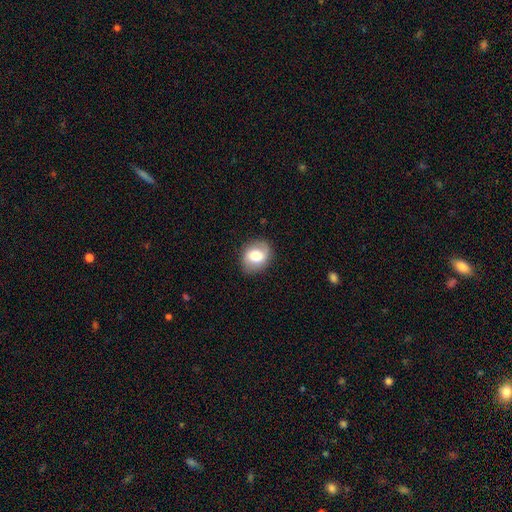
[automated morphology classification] smooth-or-featured: smooth: 60% | featured or disk: 32% | star or artifact: 8%
  how-rounded: round: 50% | in between: 49% | cigar-shaped: 1%
  merging: none: 81% | minor disturbance: 13% | major disturbance: 4% | merger: 1%